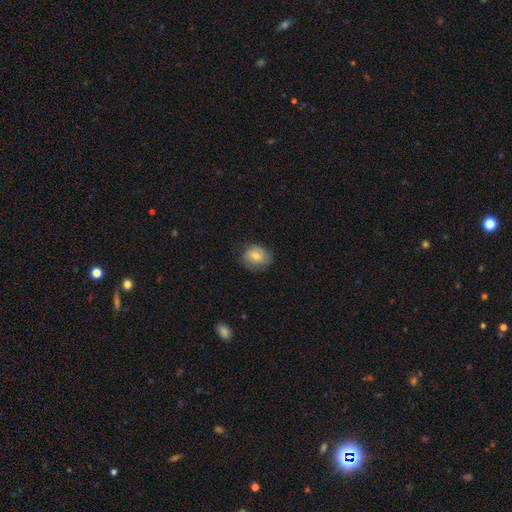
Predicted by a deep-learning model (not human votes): Smooth or featured?
  - smooth: 67% *
  - featured or disk: 24%
  - star or artifact: 9%
How rounded?
  - round: 62% *
  - in between: 37%
  - cigar-shaped: 1%
Merging?
  - none: 73% *
  - minor disturbance: 20%
  - major disturbance: 5%
  - merger: 1%